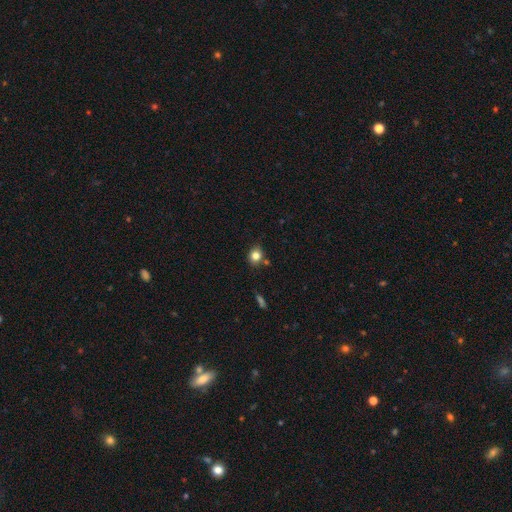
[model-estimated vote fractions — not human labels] This is clearly a smooth galaxy (81%). How rounded: likely round (65%). Merging: likely none (75%).